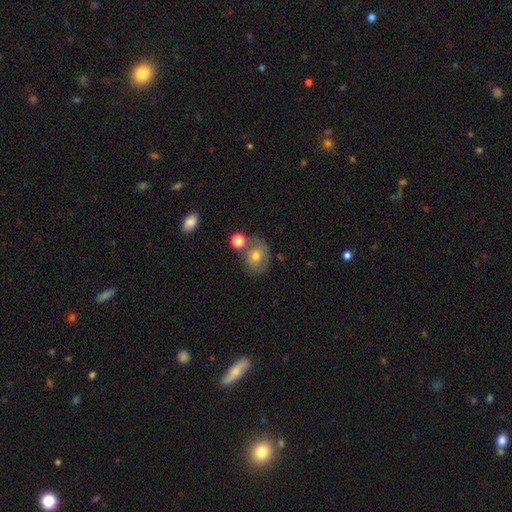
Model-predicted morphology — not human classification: This appears to be a smooth galaxy with no disk features (67%) that is round (55%). Merging: none (55%).